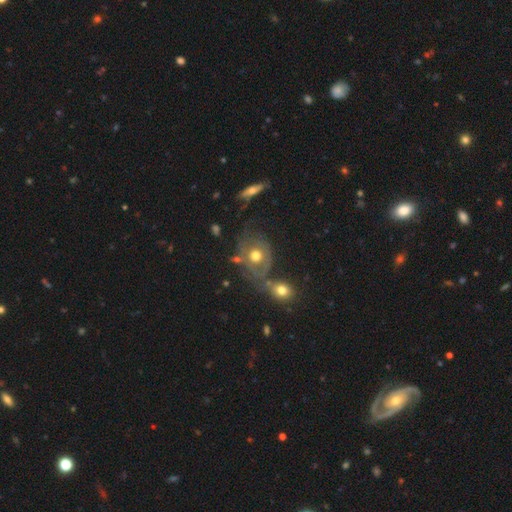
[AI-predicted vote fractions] Overall: featured or disk (49%; smooth 40%). Merging: none (48%; minor disturbance 20%).